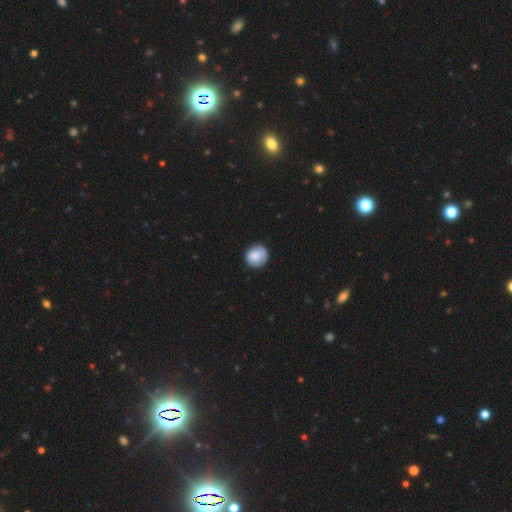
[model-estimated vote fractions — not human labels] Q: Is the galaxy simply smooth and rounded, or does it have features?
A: smooth — 86%.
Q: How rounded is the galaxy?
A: round — 87%.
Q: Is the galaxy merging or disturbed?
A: none — 82%.